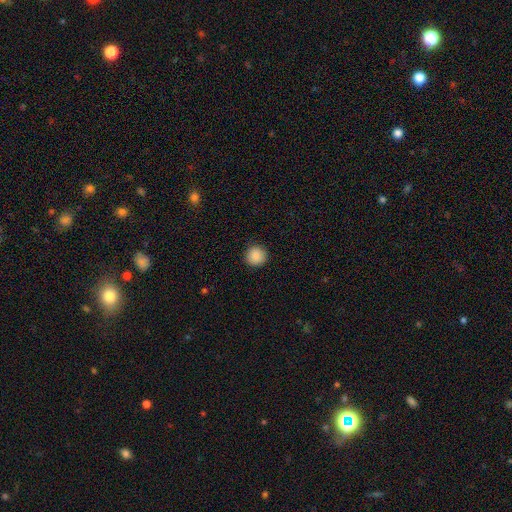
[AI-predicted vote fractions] Q: Smooth or featured?
A: smooth (89%); runner-up: star or artifact (8%)
Q: How rounded?
A: round (94%); runner-up: in between (5%)
Q: Merging?
A: none (91%); runner-up: minor disturbance (6%)